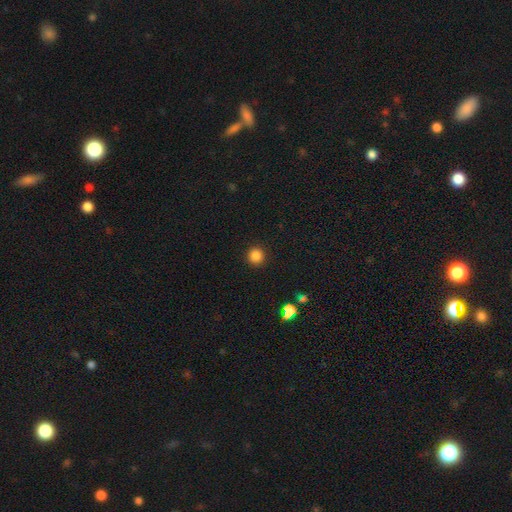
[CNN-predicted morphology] type=smooth (85%); roundness=round (94%); merging=none (92%).